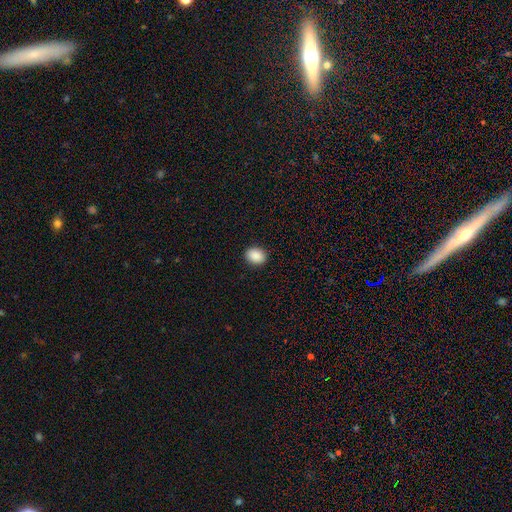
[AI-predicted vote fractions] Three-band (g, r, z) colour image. It shows a smooth galaxy with no disk features (90%) that is in between round and cigar-shaped (60%). Merging: none (91%).